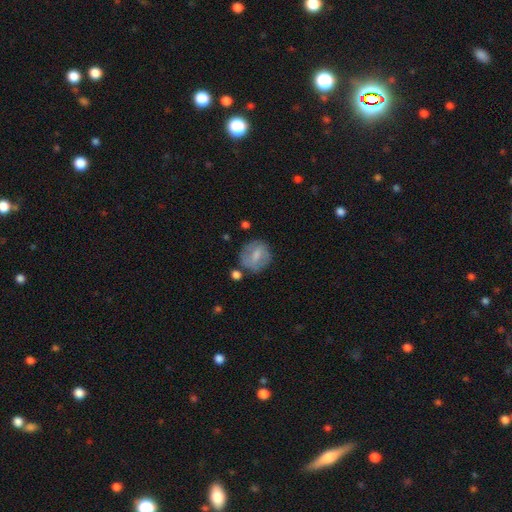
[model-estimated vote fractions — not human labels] Smooth or featured? smooth (63%)
How rounded? round (80%)
Merging? none (68%)